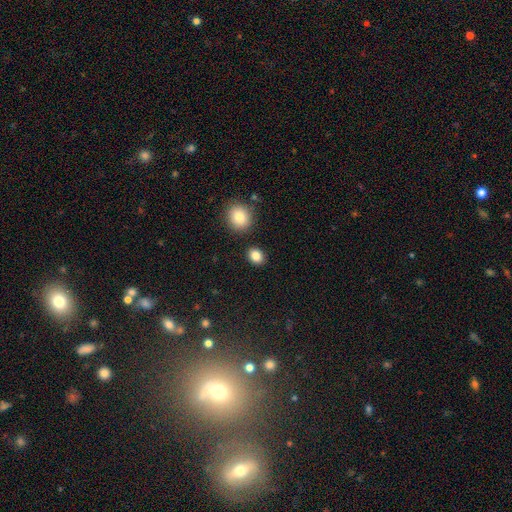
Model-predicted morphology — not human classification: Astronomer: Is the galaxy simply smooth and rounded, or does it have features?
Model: smooth — 85%.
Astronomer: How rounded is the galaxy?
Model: in between — 50% (runner-up: round, 49%).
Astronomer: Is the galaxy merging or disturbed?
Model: none — 87%.